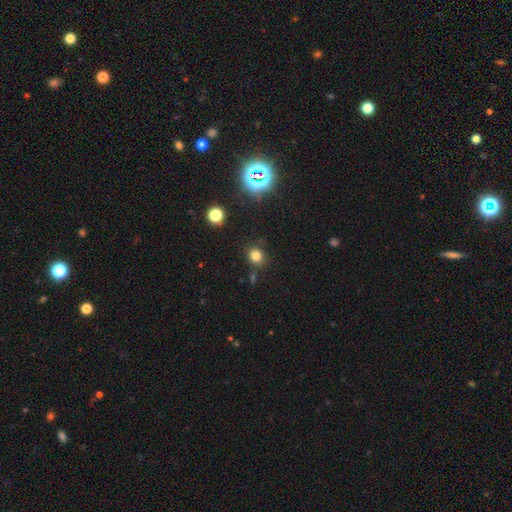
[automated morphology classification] type=smooth (77%); roundness=round (80%); merging=none (80%).